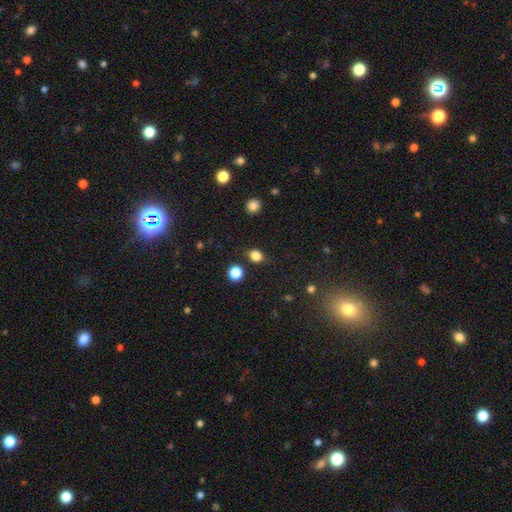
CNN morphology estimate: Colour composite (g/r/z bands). It shows a smooth galaxy with no disk features (82%) that is round (53%). Merging: none (79%).